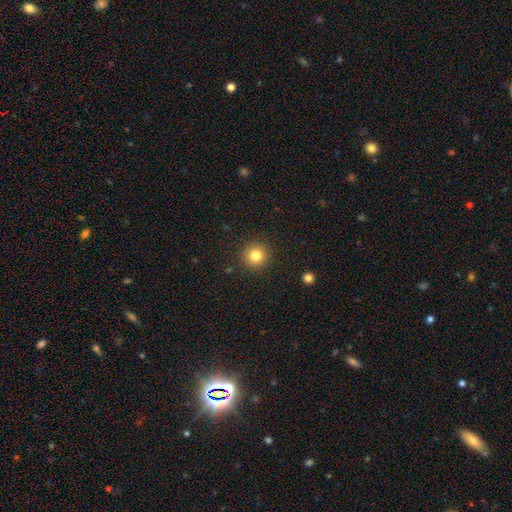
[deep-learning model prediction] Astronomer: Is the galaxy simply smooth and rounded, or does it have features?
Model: smooth — 81%.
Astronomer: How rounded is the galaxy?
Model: round — 95%.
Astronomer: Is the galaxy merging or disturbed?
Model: none — 91%.